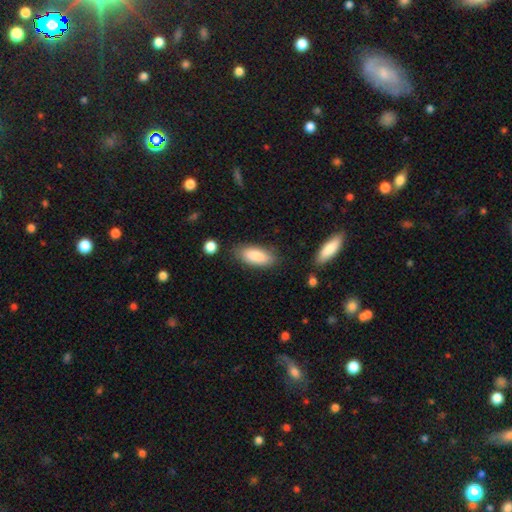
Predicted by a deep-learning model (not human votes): Overall: smooth (87%). How rounded: in between (83%). Merging: none (82%).